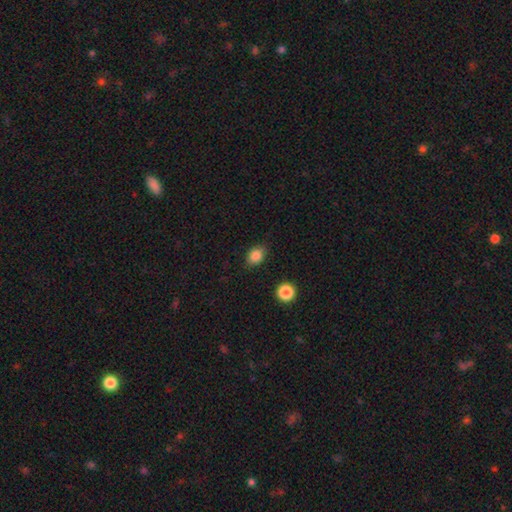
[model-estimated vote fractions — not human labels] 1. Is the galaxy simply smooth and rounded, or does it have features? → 84% smooth, 10% star or artifact, 6% featured or disk.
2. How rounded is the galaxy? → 63% in between, 36% round, 1% cigar-shaped.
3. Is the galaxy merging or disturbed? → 80% none, 15% minor disturbance, 3% major disturbance, 2% merger.